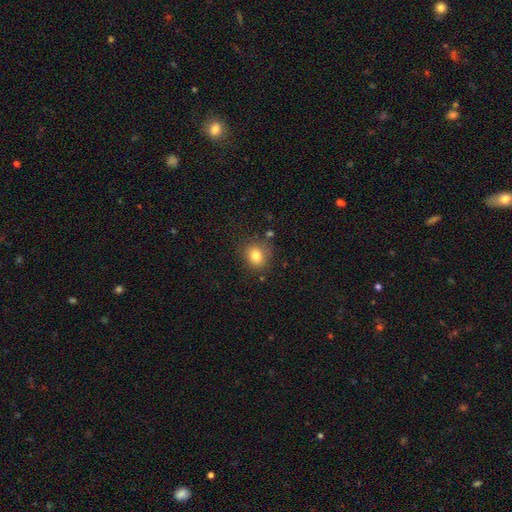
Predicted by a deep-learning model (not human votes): This appears to be a smooth galaxy with no disk features (81%) that is round (63%). Merging: none (78%).